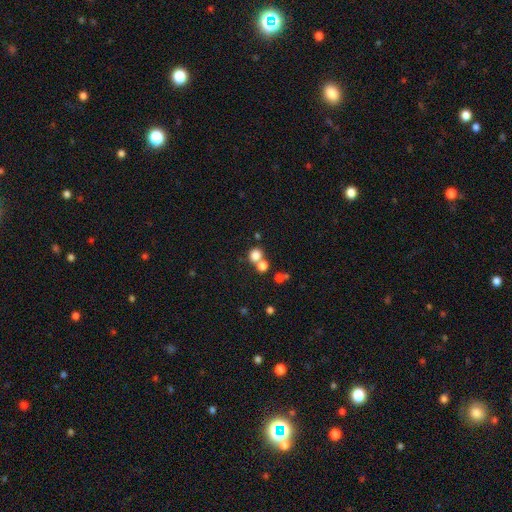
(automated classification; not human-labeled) The model was most divided on "merging": none: 53%, merger: 36%, minor disturbance: 8%, major disturbance: 4%. More confident: how rounded — round (81%); smooth or featured — smooth (79%).